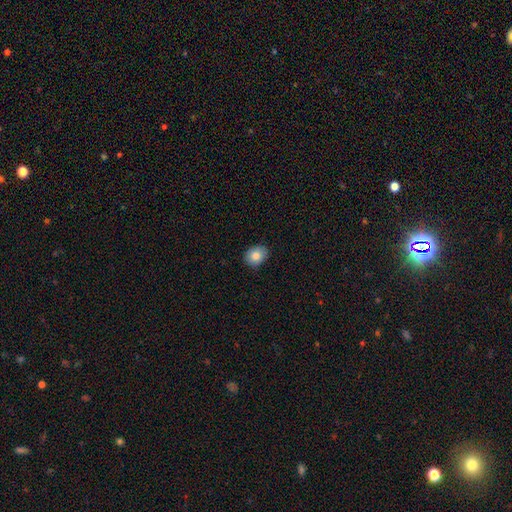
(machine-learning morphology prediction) smooth 83%, star or artifact 9%, featured or disk 8%. Down the decision tree: how rounded — round (52%); merging — none (85%).